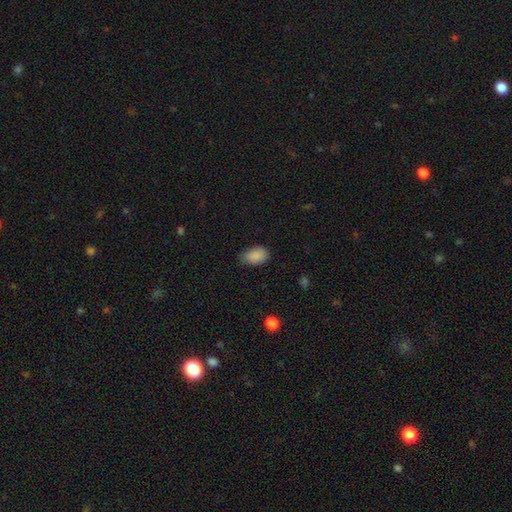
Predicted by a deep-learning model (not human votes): Smooth or featured? smooth (88%)
How rounded? in between (89%)
Merging? none (67%)